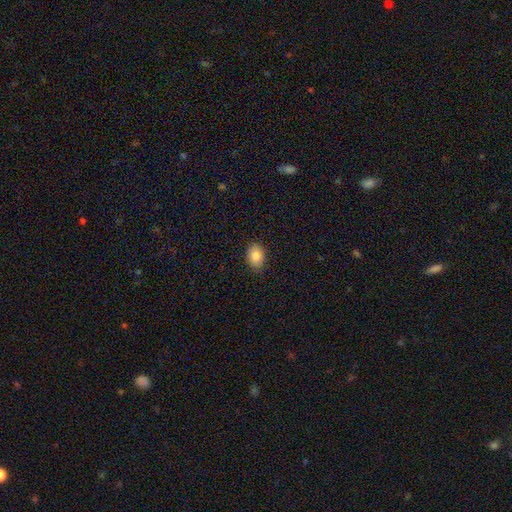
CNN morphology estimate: A smooth galaxy with no disk features (85%) that is in between round and cigar-shaped (78%).

Vote fractions:
- Smooth or featured? smooth: 85% / star or artifact: 8% / featured or disk: 7%
- How rounded? in between: 78% / round: 21% / cigar-shaped: 1%
- Merging? none: 88% / minor disturbance: 9% / major disturbance: 2% / merger: 1%